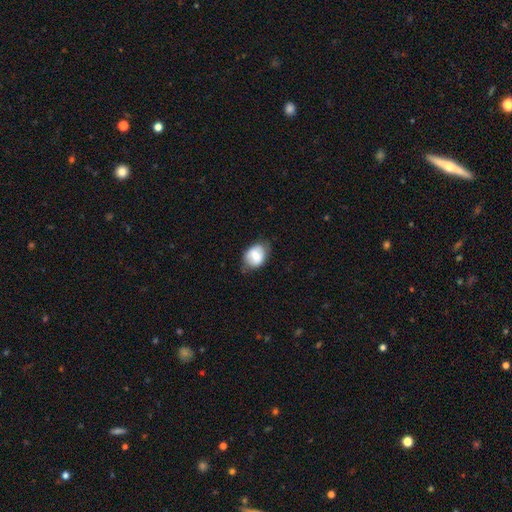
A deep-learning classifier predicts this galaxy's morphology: Smooth or featured?
  - smooth: 65% *
  - featured or disk: 27%
  - star or artifact: 8%
How rounded?
  - in between: 63% *
  - round: 36%
  - cigar-shaped: 1%
Merging?
  - none: 70% *
  - minor disturbance: 23%
  - major disturbance: 6%
  - merger: 2%